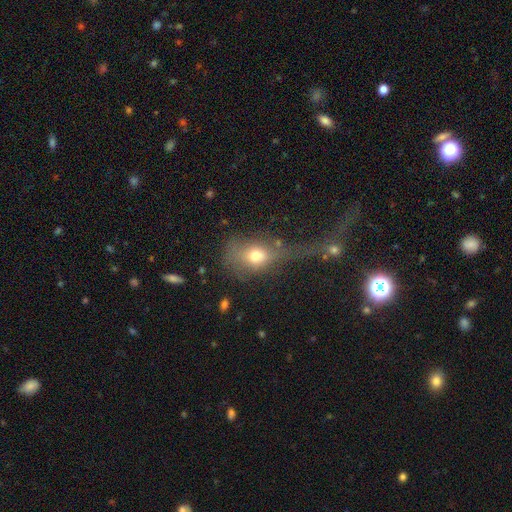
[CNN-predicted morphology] Smooth or featured? smooth (66%)
How rounded? in between (61%)
Merging? major disturbance (46%)